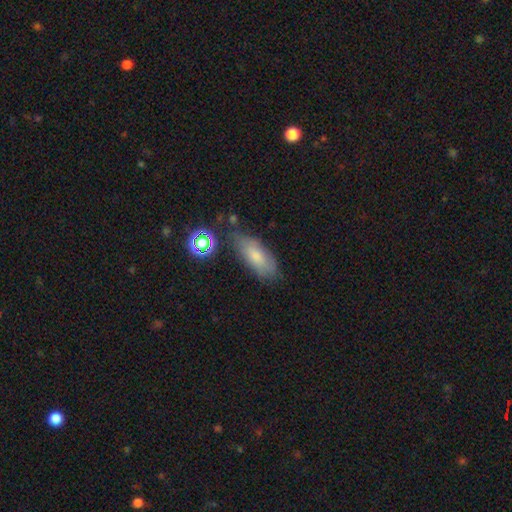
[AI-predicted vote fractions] A smooth galaxy with no disk features (69%) that is in between round and cigar-shaped (76%).

Vote fractions:
- Smooth or featured? smooth: 69% / featured or disk: 18% / star or artifact: 12%
- How rounded? in between: 76% / cigar-shaped: 20% / round: 4%
- Merging? none: 68% / minor disturbance: 21% / major disturbance: 6% / merger: 5%